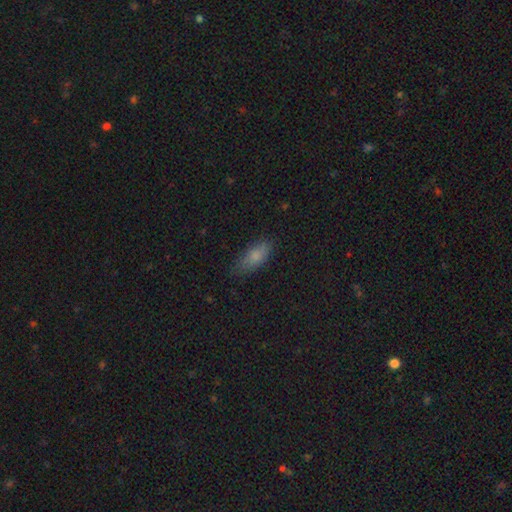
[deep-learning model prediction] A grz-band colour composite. It shows a smooth galaxy with no disk features (80%) that is in between round and cigar-shaped (81%). Merging: none (75%).